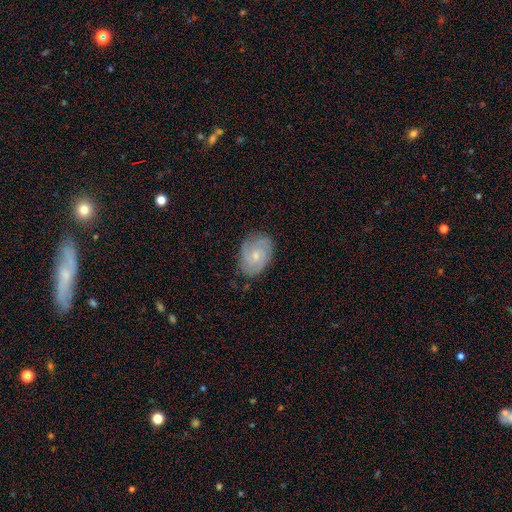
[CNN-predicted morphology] A featured or disk galaxy (64%) with no bar (70%), tight (57%) spiral arms (91%) and a small central bulge (61%).

Vote fractions:
- Smooth or featured? featured or disk: 64% / smooth: 29% / star or artifact: 7%
- Edge-on disk? no: 97% / yes: 3%
- Bar? no: 70% / weak: 27% / strong: 3%
- Spiral arms? yes: 91% / no: 9%
- Spiral winding? tight: 57% / medium: 34% / loose: 9%
- Spiral arm count? can't tell: 31% / 2: 27% / 3: 24% / 4: 9% / 1: 4% / more than 4: 4%
- Bulge size? small: 61% / moderate: 34% / none: 3% / large: 1% / dominant: 1%
- Merging? none: 76% / minor disturbance: 18% / major disturbance: 4% / merger: 1%